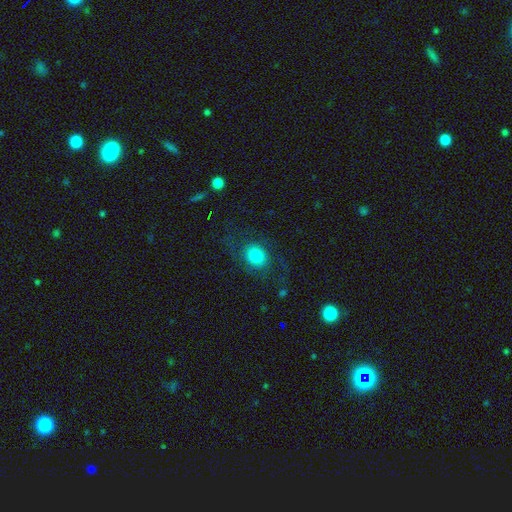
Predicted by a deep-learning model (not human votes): smooth_or_featured: smooth (p=0.60) [alt: featured or disk p=0.30]
how_rounded: round (p=0.49) [tied with: in between p=0.49]
merging: none (p=0.63) [alt: major disturbance p=0.19]